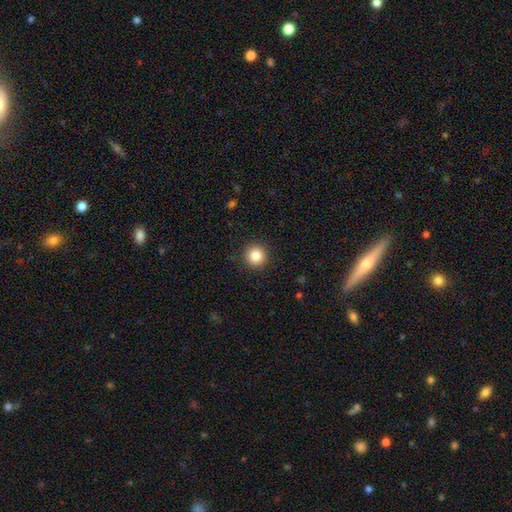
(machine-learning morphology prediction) Q: Smooth or featured?
A: smooth (85%); runner-up: star or artifact (10%)
Q: How rounded?
A: round (95%); runner-up: in between (4%)
Q: Merging?
A: none (91%); runner-up: minor disturbance (6%)